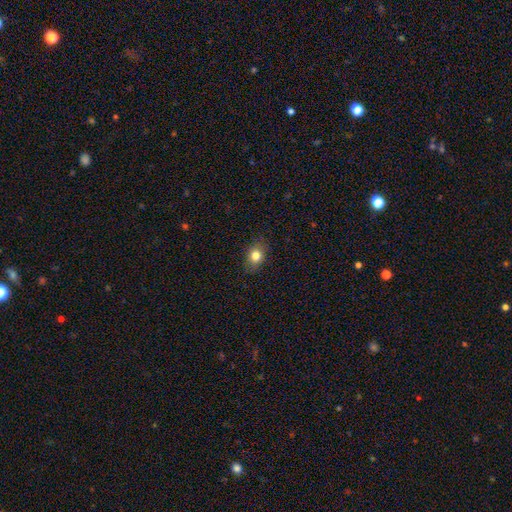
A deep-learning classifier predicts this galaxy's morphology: Smooth or featured? smooth (80%)
How rounded? in between (53%)
Merging? none (85%)